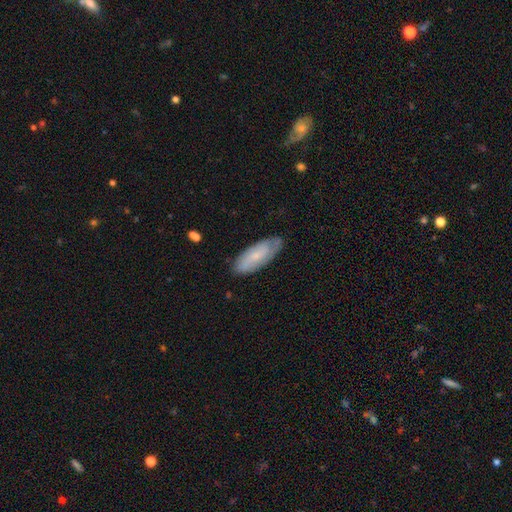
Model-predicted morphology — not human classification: The model was most divided on "smooth or featured": featured or disk: 48%, smooth: 46%, star or artifact: 7%. More confident: merging — none (74%).